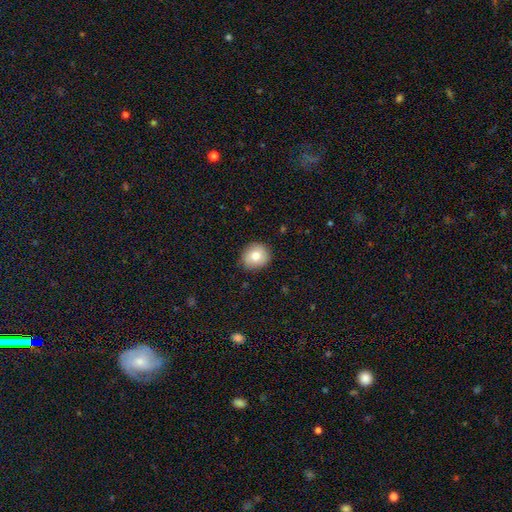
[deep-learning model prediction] Q: Smooth or featured?
A: smooth (80%); runner-up: featured or disk (11%)
Q: How rounded?
A: round (83%); runner-up: in between (16%)
Q: Merging?
A: none (87%); runner-up: minor disturbance (10%)